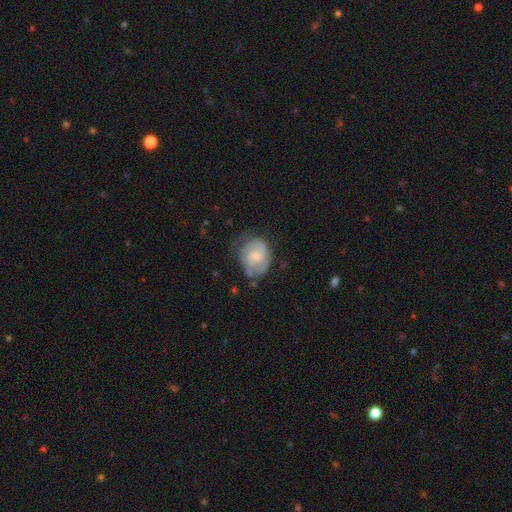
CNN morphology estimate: Q: Smooth or featured?
A: featured or disk (74%); runner-up: smooth (20%)
Q: Edge-on disk?
A: no (98%); runner-up: yes (2%)
Q: Bar?
A: no (52%); runner-up: weak (42%)
Q: Spiral arms?
A: yes (93%); runner-up: no (7%)
Q: Spiral winding?
A: tight (52%); runner-up: medium (38%)
Q: Spiral arm count?
A: 2 (66%); runner-up: can't tell (16%)
Q: Bulge size?
A: small (55%); runner-up: moderate (32%)
Q: Merging?
A: none (63%); runner-up: minor disturbance (25%)